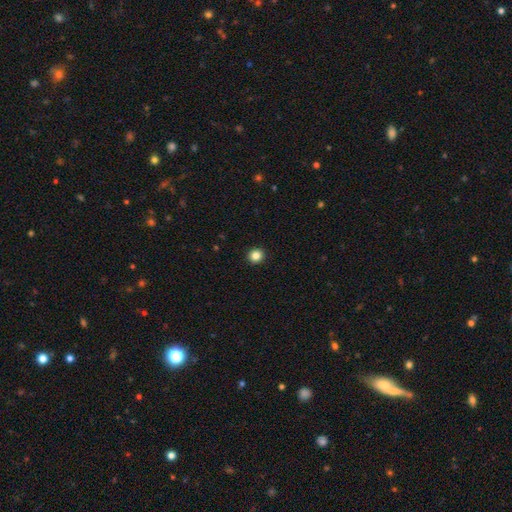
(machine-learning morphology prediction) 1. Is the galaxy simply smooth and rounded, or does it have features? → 85% smooth, 11% star or artifact, 4% featured or disk.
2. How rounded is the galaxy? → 91% round, 8% in between, 1% cigar-shaped.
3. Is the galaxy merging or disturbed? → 93% none, 4% minor disturbance, 1% major disturbance, 1% merger.